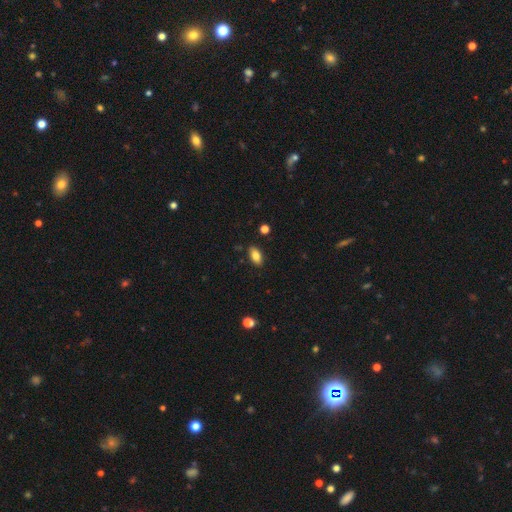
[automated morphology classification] smooth_or_featured: smooth (p=0.84) [alt: star or artifact p=0.08]
how_rounded: in between (p=0.91) [alt: round p=0.04]
merging: none (p=0.86) [alt: minor disturbance p=0.10]